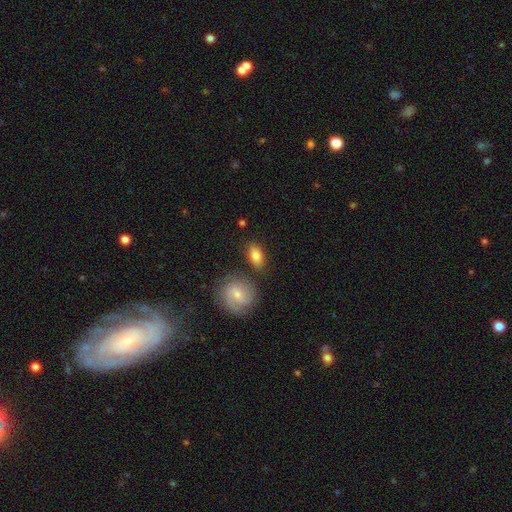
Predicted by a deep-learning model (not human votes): This is clearly a smooth galaxy (81%). How rounded: clearly in between (88%). Merging: likely none (77%).